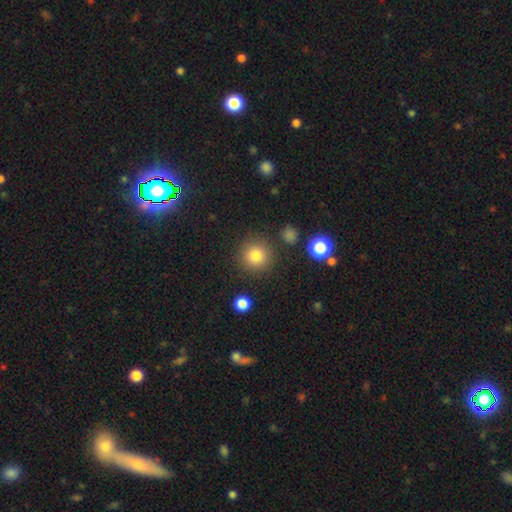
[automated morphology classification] A smooth galaxy with no disk features (82%) that is round (94%). Merging: none (87%).